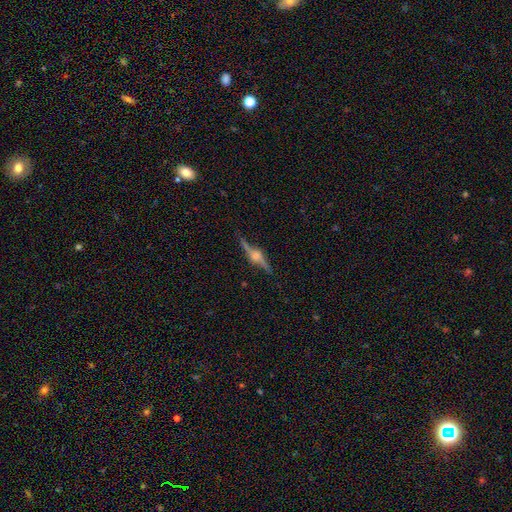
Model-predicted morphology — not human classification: A featured or disk galaxy (84%) viewed edge-on (95%) with a rounded central bulge (90%).

Vote fractions:
- Smooth or featured? featured or disk: 84% / smooth: 10% / star or artifact: 7%
- Edge-on disk? yes: 95% / no: 5%
- Edge-on bulge? rounded: 90% / boxy: 7% / none: 2%
- Merging? none: 84% / minor disturbance: 12% / major disturbance: 3% / merger: 2%